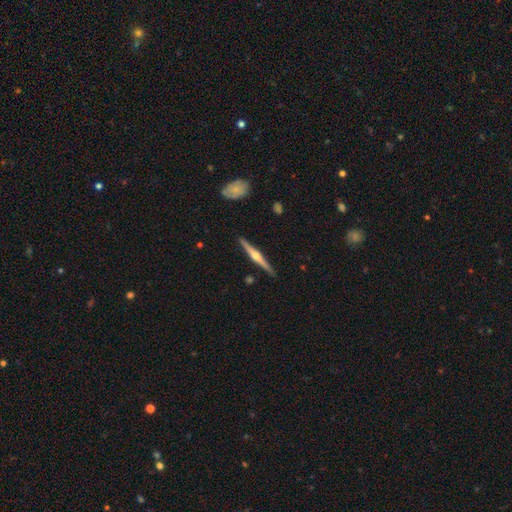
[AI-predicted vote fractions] Smooth or featured? featured or disk (78%)
Edge-on disk? yes (98%)
Edge-on bulge? rounded (93%)
Merging? none (91%)